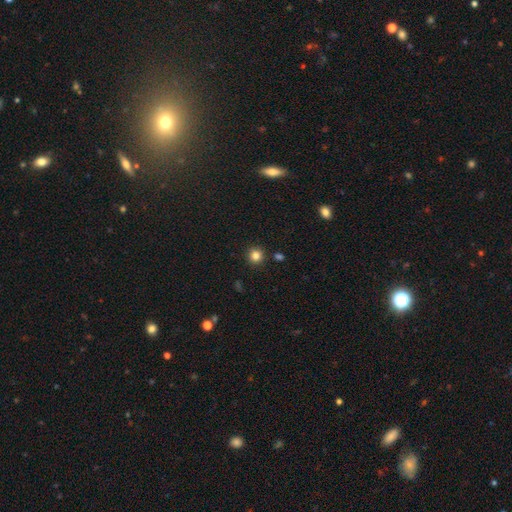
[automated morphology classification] Smooth or featured? Predicted: smooth (p=0.82). How rounded? Predicted: round (p=0.94). Merging? Predicted: none (p=0.90).